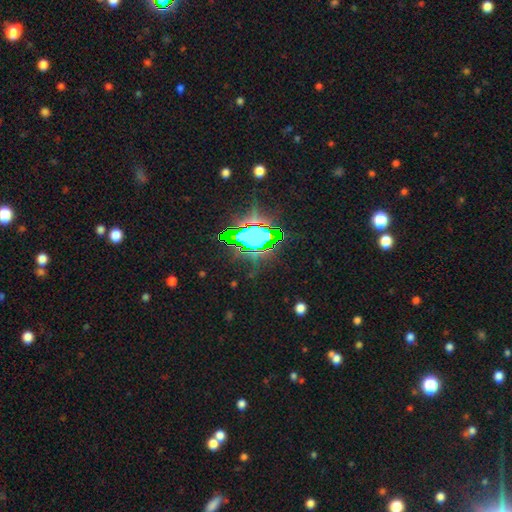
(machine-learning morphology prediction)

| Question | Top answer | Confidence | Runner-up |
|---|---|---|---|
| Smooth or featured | star or artifact | 75% | smooth (14%) |